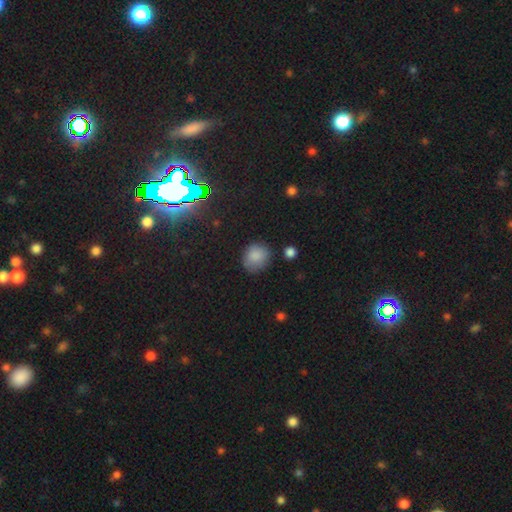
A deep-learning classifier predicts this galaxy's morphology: smooth_or_featured: smooth (p=0.84) [alt: star or artifact p=0.10]
how_rounded: round (p=0.80) [alt: in between p=0.19]
merging: none (p=0.75) [alt: minor disturbance p=0.17]